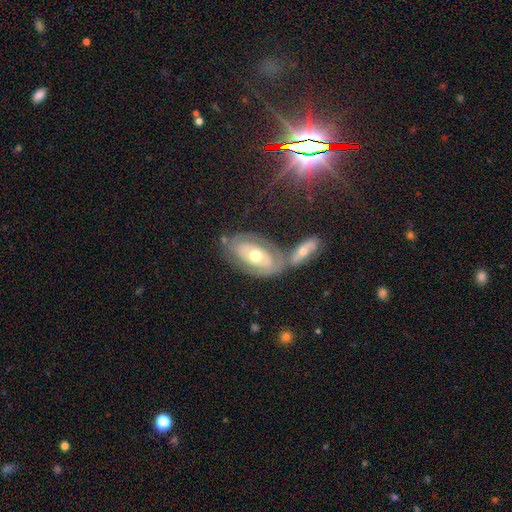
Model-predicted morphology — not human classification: featured or disk 66%, smooth 27%, star or artifact 6%. Down the decision tree: edge-on disk — no (91%); bar — no (80%); spiral arms — yes (60%); bulge size — moderate (74%); merging — none (46%).